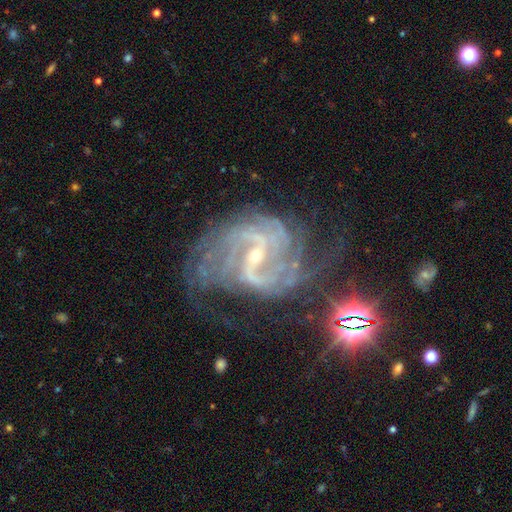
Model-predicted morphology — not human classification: Overall: featured or disk (90%). Edge-on disk: no (98%). Bar: strong (44%; weak 43%). Spiral arms: yes (98%). Spiral arm count: 2 (45%; can't tell 18%). Spiral winding: medium (47%; tight 34%). Bulge size: small (76%). Merging: none (55%; minor disturbance 21%).